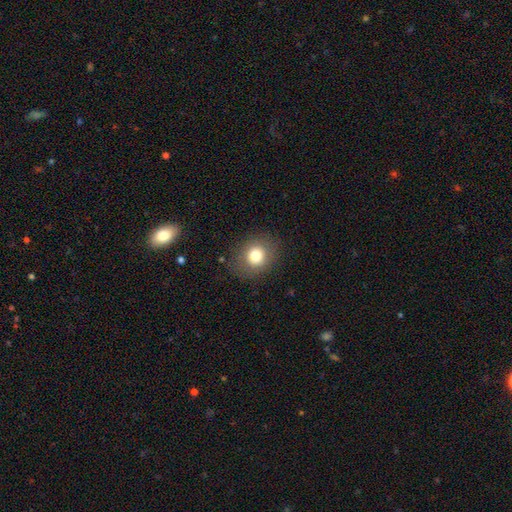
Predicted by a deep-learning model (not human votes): This appears to be a smooth galaxy with no disk features (77%) that is round (68%). Merging: none (83%).